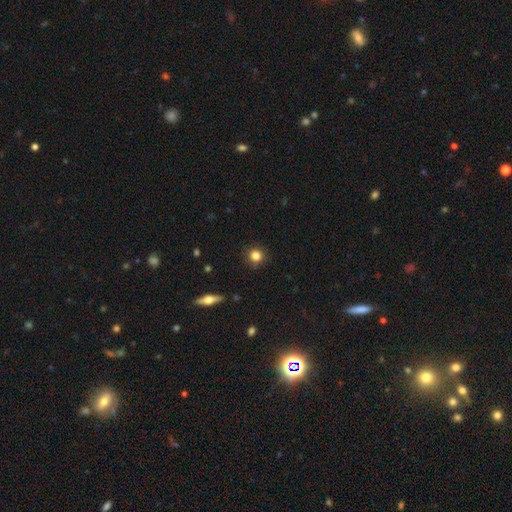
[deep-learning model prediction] A smooth galaxy with no disk features (82%) that is round (91%).

Vote fractions:
- Smooth or featured? smooth: 82% / star or artifact: 11% / featured or disk: 7%
- How rounded? round: 91% / in between: 7% / cigar-shaped: 1%
- Merging? none: 88% / minor disturbance: 9% / major disturbance: 2% / merger: 1%